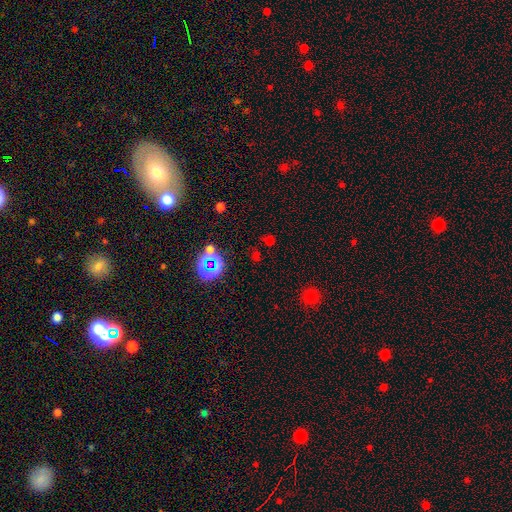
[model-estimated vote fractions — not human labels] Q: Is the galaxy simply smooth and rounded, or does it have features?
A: star or artifact — 53%.